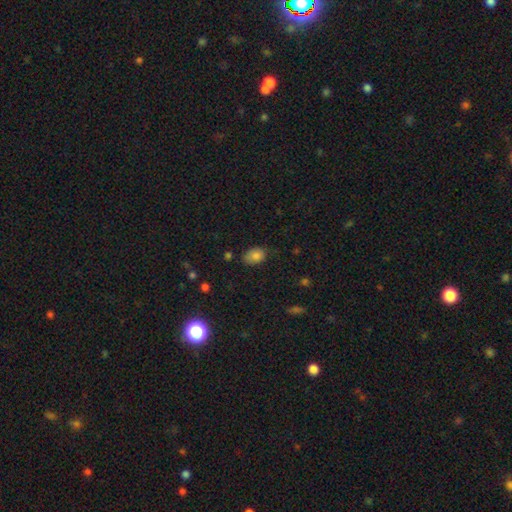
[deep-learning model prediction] smooth 83%, star or artifact 10%, featured or disk 8%. Down the decision tree: how rounded — in between (81%); merging — none (68%).